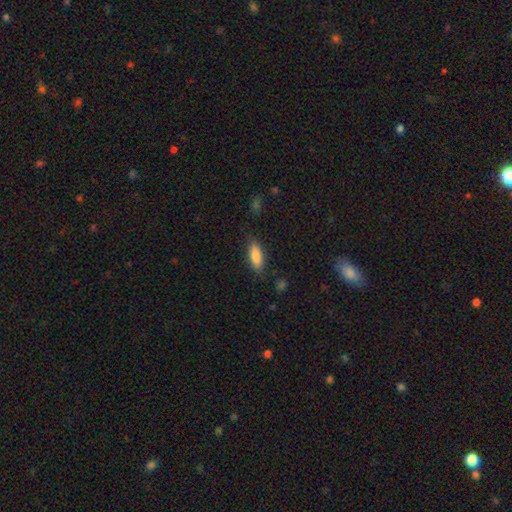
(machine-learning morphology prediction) A smooth galaxy with no disk features (84%) that is in between round and cigar-shaped (65%).

Vote fractions:
- Smooth or featured? smooth: 84% / featured or disk: 9% / star or artifact: 7%
- How rounded? in between: 65% / cigar-shaped: 33% / round: 2%
- Merging? none: 81% / minor disturbance: 14% / major disturbance: 3% / merger: 1%